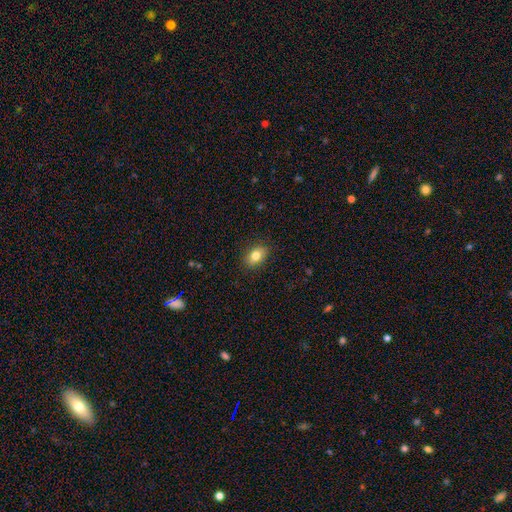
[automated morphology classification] A smooth galaxy with no disk features (80%) that is in between round and cigar-shaped (76%). Merging: none (88%).